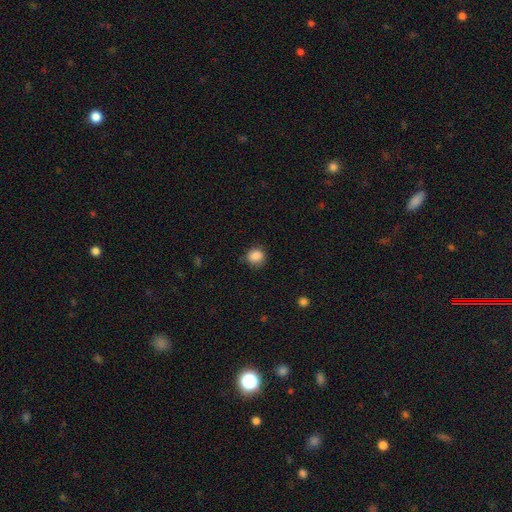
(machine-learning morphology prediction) A smooth galaxy with no disk features (87%) that is round (77%).

Vote fractions:
- Smooth or featured? smooth: 87% / star or artifact: 10% / featured or disk: 4%
- How rounded? round: 77% / in between: 22% / cigar-shaped: 1%
- Merging? none: 76% / minor disturbance: 19% / major disturbance: 4% / merger: 1%